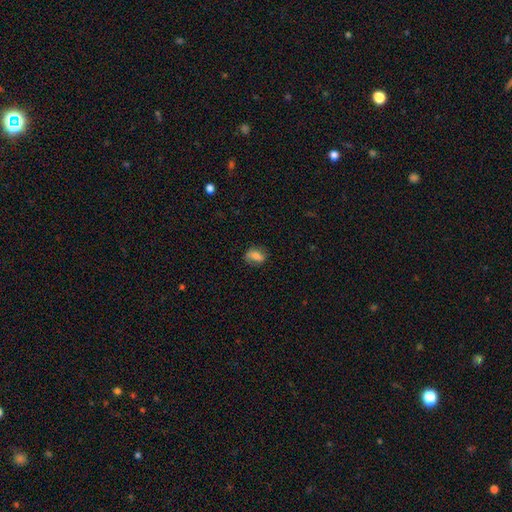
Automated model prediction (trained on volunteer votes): smooth_or_featured: smooth (p=0.67) [alt: featured or disk p=0.23]
how_rounded: in between (p=0.73) [alt: round p=0.24]
merging: none (p=0.72) [alt: minor disturbance p=0.20]